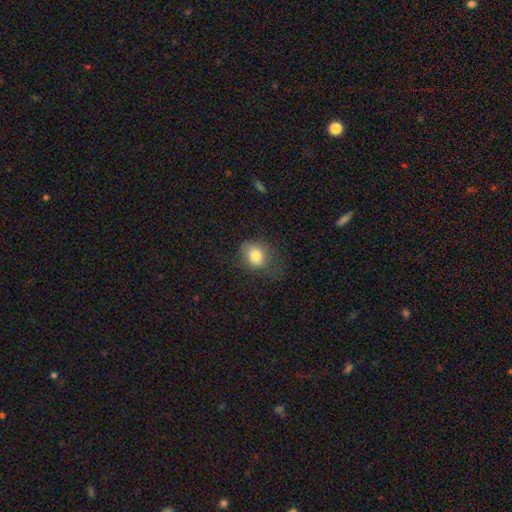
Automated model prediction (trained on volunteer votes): The model was most divided on "how rounded": round: 51%, in between: 48%, cigar-shaped: 1%. More confident: smooth or featured — smooth (80%); merging — none (60%).